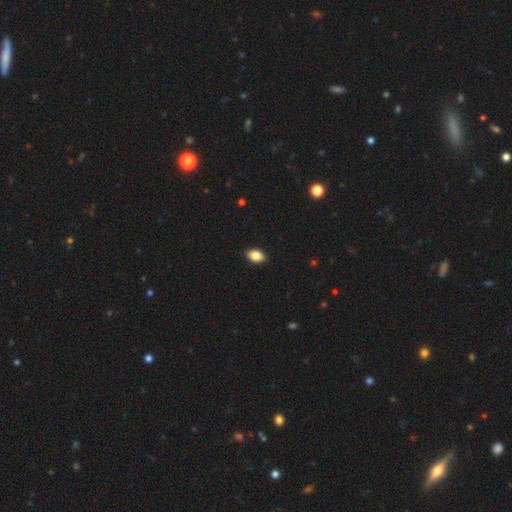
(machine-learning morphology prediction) A smooth galaxy with no disk features (86%) that is in between round and cigar-shaped (85%). Merging: none (90%).